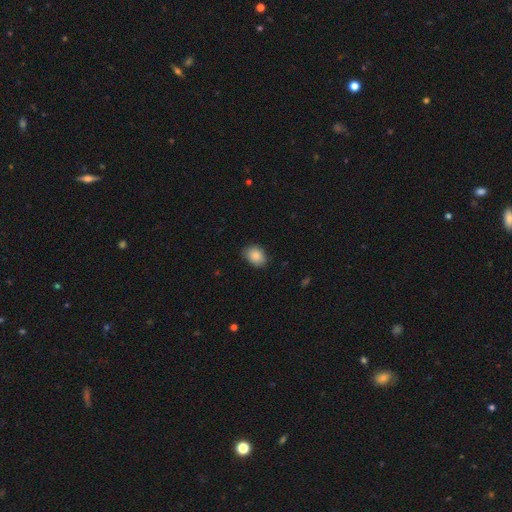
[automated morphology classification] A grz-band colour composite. It shows a smooth galaxy with no disk features (88%) that is in between round and cigar-shaped (64%). Merging: none (80%).